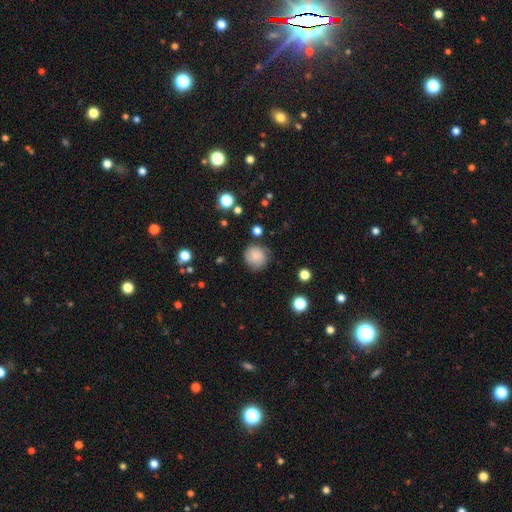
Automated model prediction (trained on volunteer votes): A smooth galaxy with no disk features (80%) that is round (90%). Merging: none (77%).